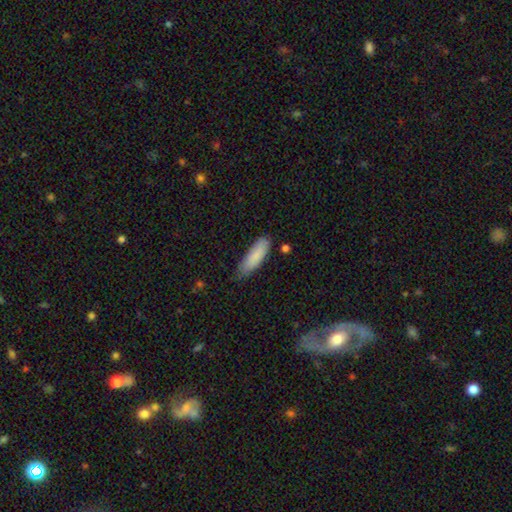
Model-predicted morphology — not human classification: Smooth or featured?
  - smooth: 86% *
  - featured or disk: 8%
  - star or artifact: 6%
How rounded?
  - cigar-shaped: 50% *
  - in between: 48%
  - round: 1%
Merging?
  - none: 75% *
  - minor disturbance: 20%
  - major disturbance: 3%
  - merger: 2%